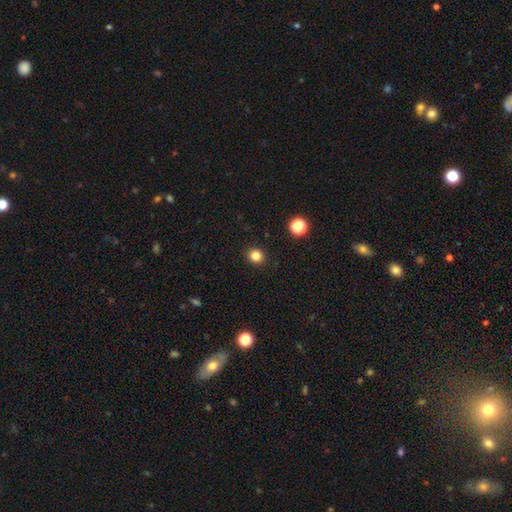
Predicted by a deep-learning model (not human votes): Morphology: type=smooth (83%); roundness=round (82%); merging=none (91%).